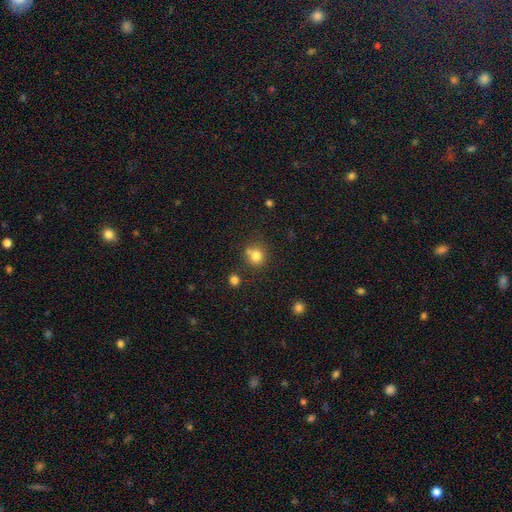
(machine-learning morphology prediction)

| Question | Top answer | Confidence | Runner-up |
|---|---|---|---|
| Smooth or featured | smooth | 79% | star or artifact (13%) |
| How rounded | round | 86% | in between (13%) |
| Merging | none | 64% | merger (20%) |